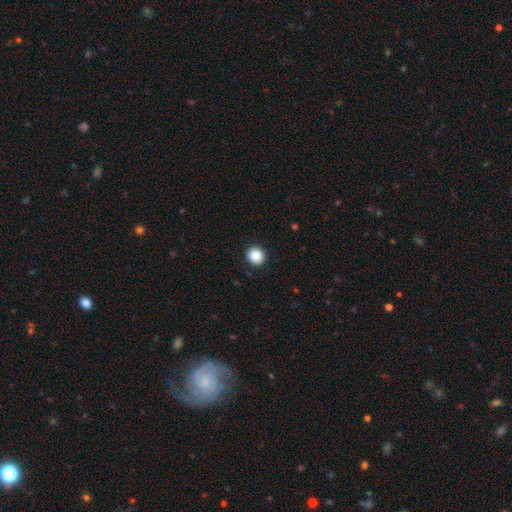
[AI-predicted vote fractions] Smooth or featured? smooth (88%)
How rounded? round (89%)
Merging? none (92%)